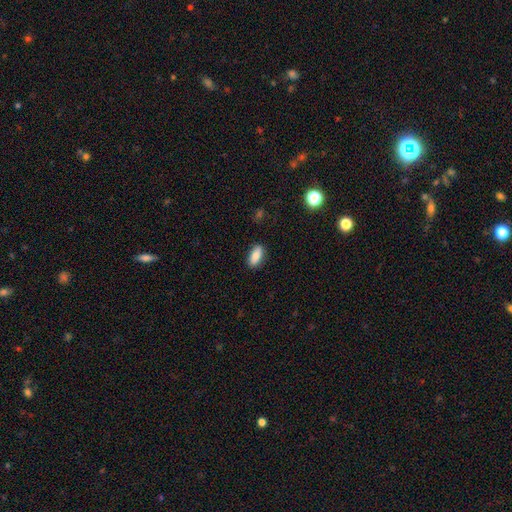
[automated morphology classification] type=smooth (84%); roundness=in between (80%); merging=none (88%).